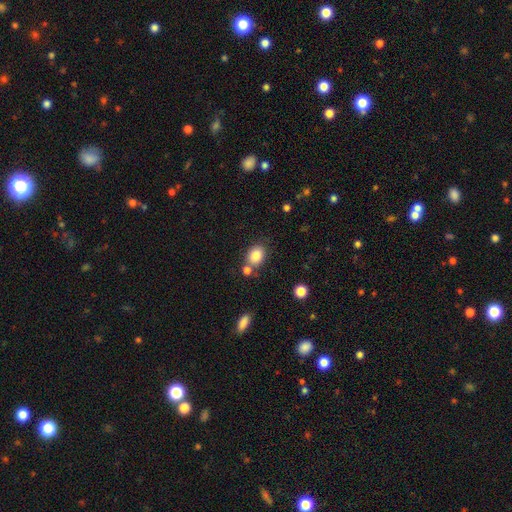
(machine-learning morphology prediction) This appears to be a smooth galaxy with no disk features (84%) that is in between round and cigar-shaped (54%). Merging: none (65%).